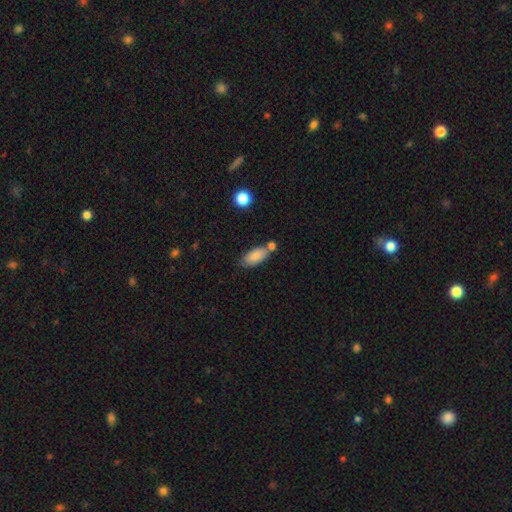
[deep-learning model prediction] This appears to be a smooth galaxy with no disk features (83%) that is in between round and cigar-shaped (88%). Merging: none (59%).